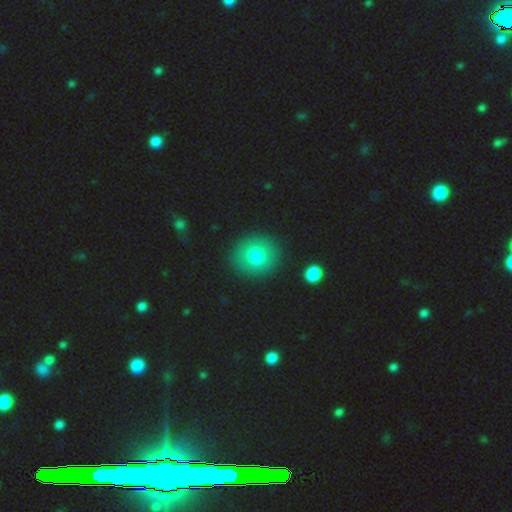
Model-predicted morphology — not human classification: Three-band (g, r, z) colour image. It shows a smooth galaxy with no disk features (77%) that is round (84%). Merging: none (89%).